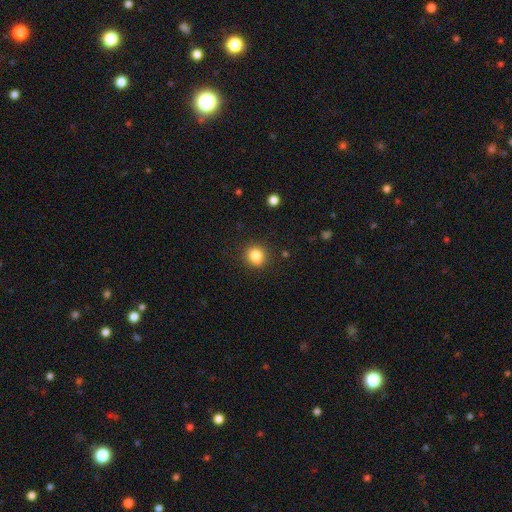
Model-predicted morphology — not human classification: Q: Smooth or featured?
A: smooth (83%); runner-up: star or artifact (11%)
Q: How rounded?
A: round (89%); runner-up: in between (10%)
Q: Merging?
A: none (87%); runner-up: minor disturbance (8%)